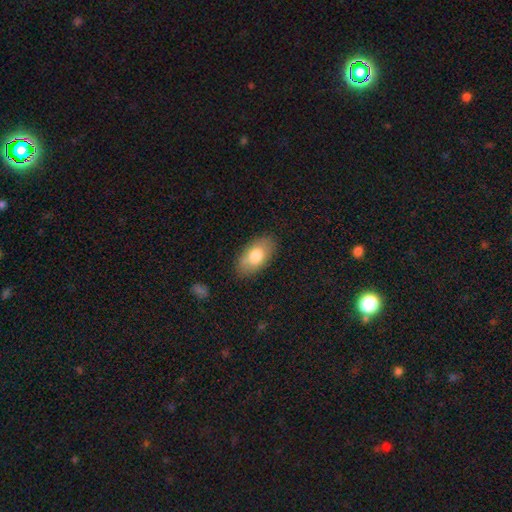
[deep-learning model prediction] Smooth or featured?
  - smooth: 77% *
  - featured or disk: 17%
  - star or artifact: 6%
How rounded?
  - in between: 93% *
  - round: 4%
  - cigar-shaped: 3%
Merging?
  - none: 83% *
  - minor disturbance: 13%
  - major disturbance: 3%
  - merger: 1%